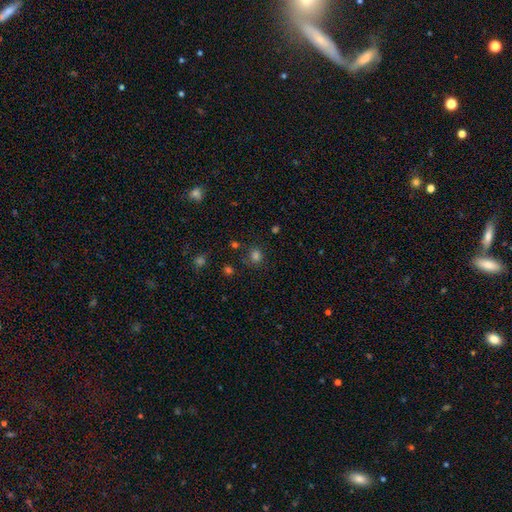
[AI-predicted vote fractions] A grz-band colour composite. It shows a smooth galaxy with no disk features (70%) that is round (87%). Merging: none (82%).